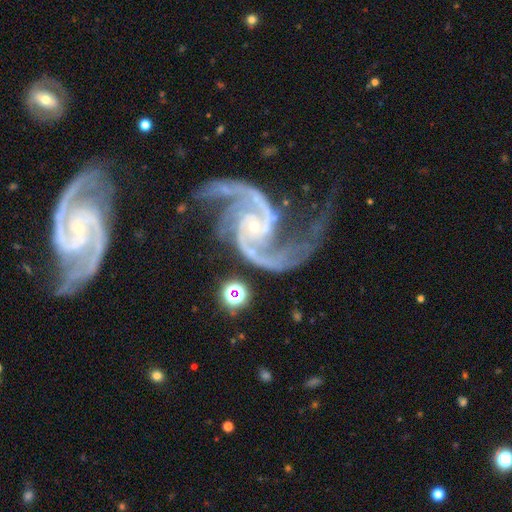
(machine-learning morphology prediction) featured or disk 94%, star or artifact 4%, smooth 2%. Down the decision tree: edge-on disk — no (98%); bar — no (61%); spiral arms — yes (99%); spiral arm count — 2 (81%); spiral winding — medium (56%); bulge size — small (82%); merging — none (54%).